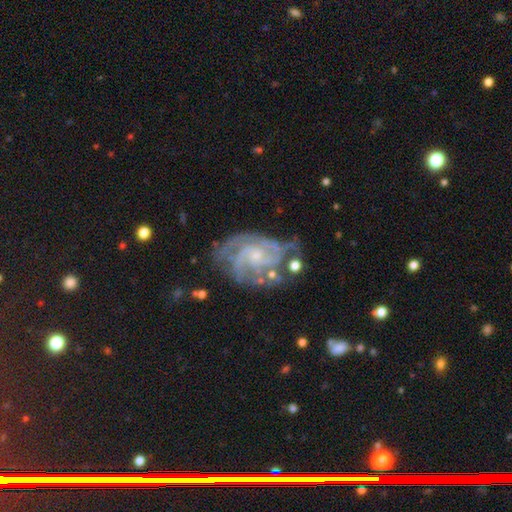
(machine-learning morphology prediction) A featured or disk galaxy (89%) with no bar (64%), 3 (32%) tight (54%) spiral arms (97%) and a small central bulge (70%). Merging: none (58%).